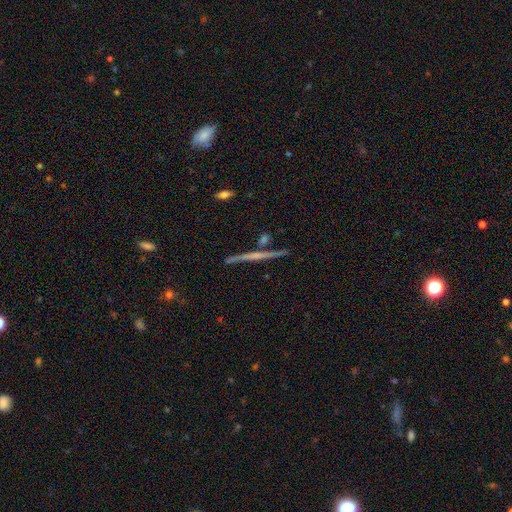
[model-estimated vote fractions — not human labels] smooth-or-featured: featured or disk: 68% | smooth: 24% | star or artifact: 7%
  disk-edge-on: yes: 97% | no: 3%
    edge-on-bulge: none: 60% | rounded: 28% | boxy: 11%
  merging: none: 85% | minor disturbance: 9% | merger: 4% | major disturbance: 2%